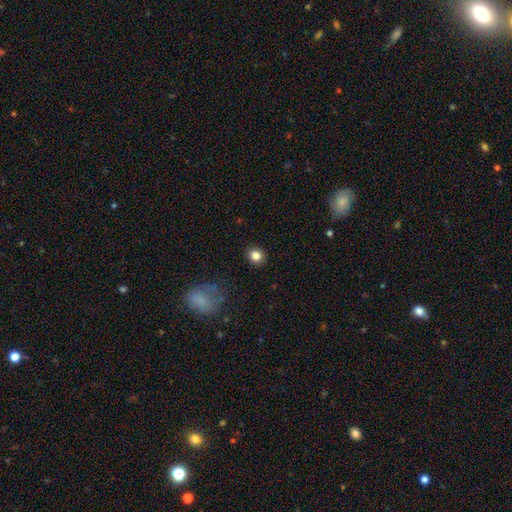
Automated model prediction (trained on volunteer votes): Smooth or featured?
  - smooth: 83% *
  - star or artifact: 11%
  - featured or disk: 6%
How rounded?
  - round: 71% *
  - in between: 28%
  - cigar-shaped: 1%
Merging?
  - none: 89% *
  - minor disturbance: 7%
  - major disturbance: 2%
  - merger: 1%